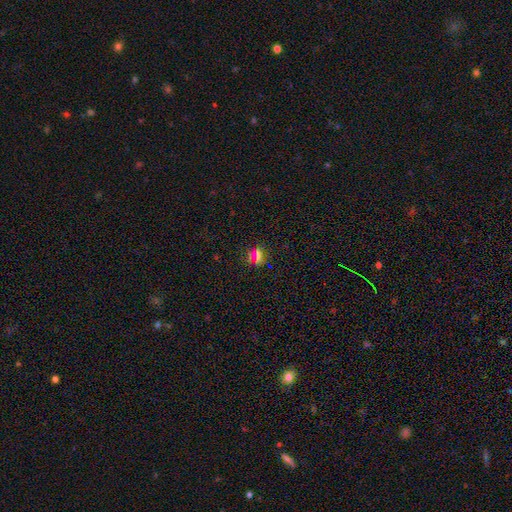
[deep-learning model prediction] smooth_or_featured: smooth (p=0.55) [alt: star or artifact p=0.34]
how_rounded: round (p=0.72) [alt: in between p=0.23]
merging: none (p=0.84) [alt: minor disturbance p=0.10]